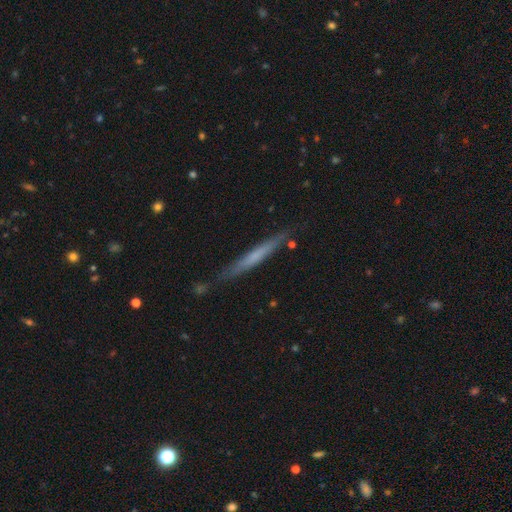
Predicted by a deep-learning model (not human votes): Q: Smooth or featured?
A: smooth (48%); runner-up: featured or disk (45%)
Q: Merging?
A: none (83%); runner-up: minor disturbance (12%)